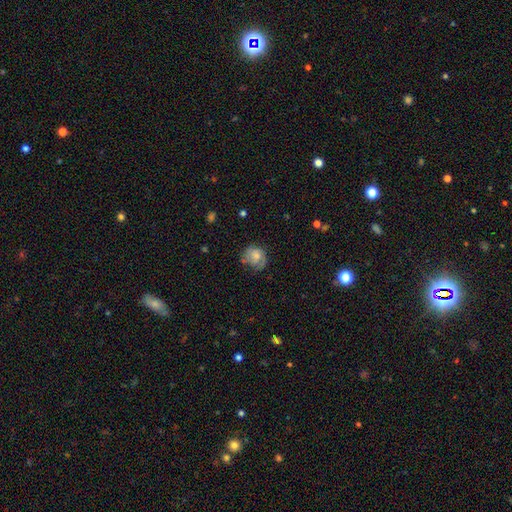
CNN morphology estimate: A smooth galaxy with no disk features (50%) that is round (69%).

Vote fractions:
- Smooth or featured? smooth: 50% / featured or disk: 41% / star or artifact: 9%
- How rounded? round: 69% / in between: 30% / cigar-shaped: 1%
- Merging? none: 51% / minor disturbance: 29% / major disturbance: 17% / merger: 3%